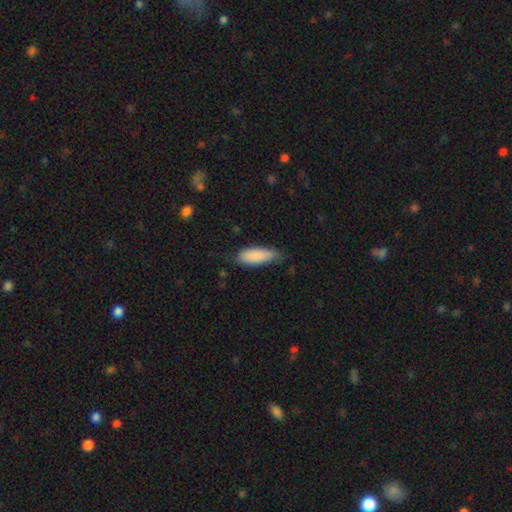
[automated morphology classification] smooth-or-featured: smooth: 87% | featured or disk: 7% | star or artifact: 6%
  how-rounded: in between: 69% | cigar-shaped: 29% | round: 2%
  merging: none: 66% | minor disturbance: 28% | major disturbance: 5% | merger: 1%